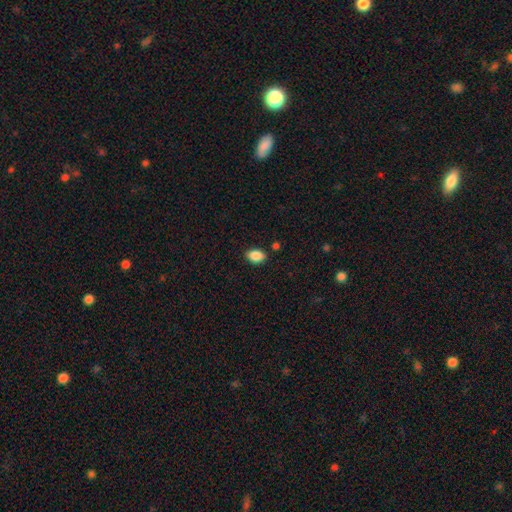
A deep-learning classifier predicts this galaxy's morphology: type=smooth (88%); roundness=in between (83%); merging=none (85%).